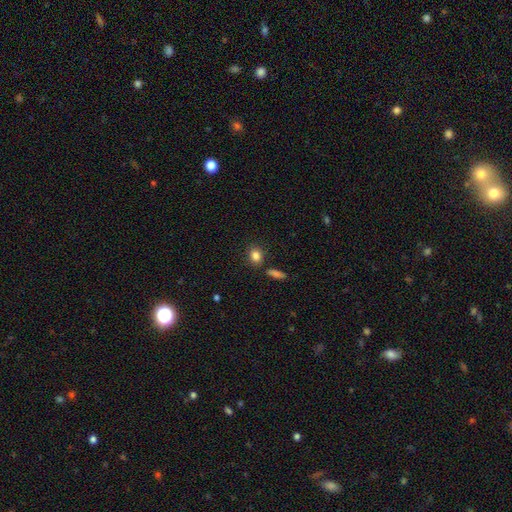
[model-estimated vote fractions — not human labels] A smooth galaxy with no disk features (83%) that is in between round and cigar-shaped (49%). Merging: none (82%).